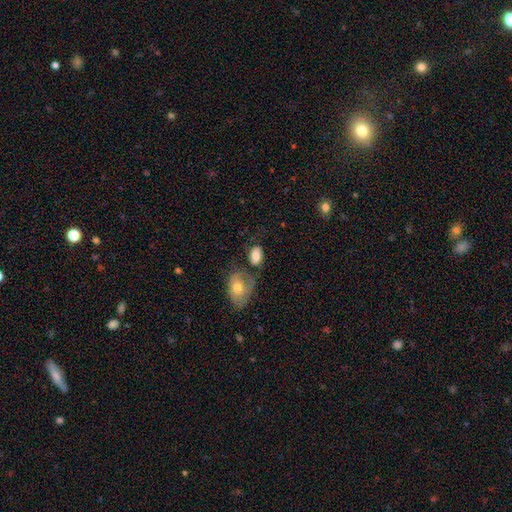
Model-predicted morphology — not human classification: A smooth galaxy with no disk features (75%) that is in between round and cigar-shaped (86%). Merging: none (46%).